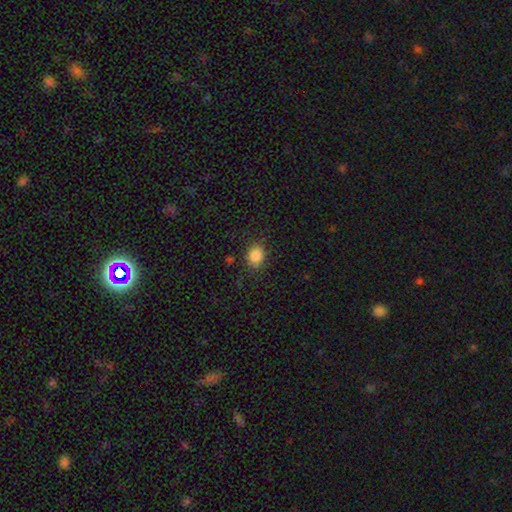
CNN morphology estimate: smooth 86%, star or artifact 10%, featured or disk 4%. Down the decision tree: how rounded — in between (52%); merging — none (81%).